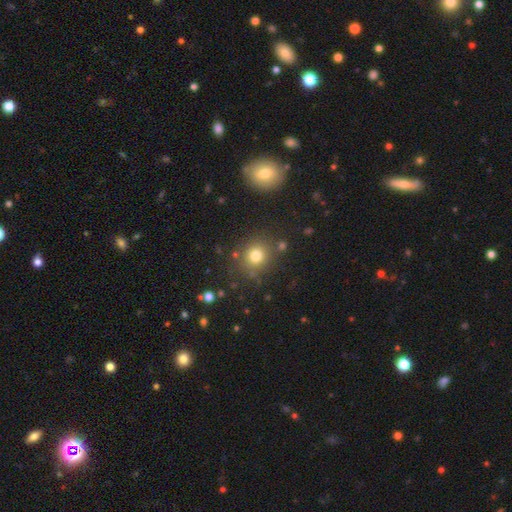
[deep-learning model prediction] Overall: smooth (77%). How rounded: round (87%). Merging: none (81%).